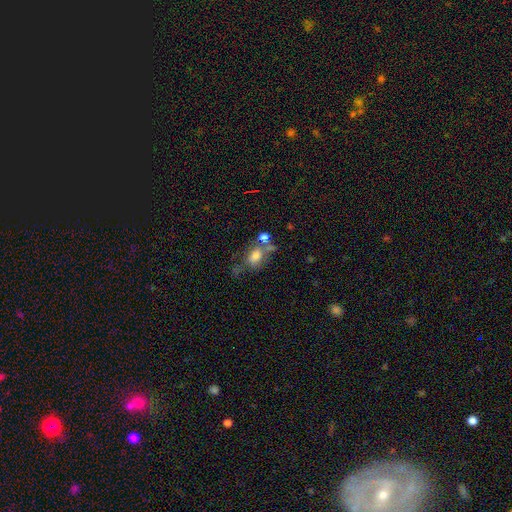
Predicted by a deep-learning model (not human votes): smooth_or_featured: smooth (p=0.64) [alt: featured or disk p=0.23]
how_rounded: in between (p=0.72) [alt: round p=0.25]
merging: none (p=0.38) [alt: merger p=0.23]